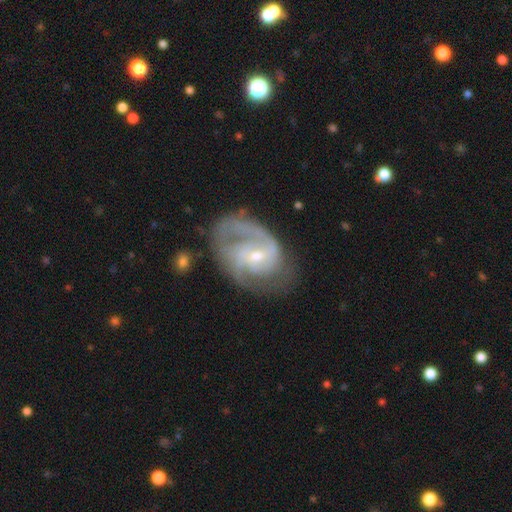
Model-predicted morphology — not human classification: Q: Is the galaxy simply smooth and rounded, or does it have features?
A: featured or disk — 84%.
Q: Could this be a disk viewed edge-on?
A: no — 97%.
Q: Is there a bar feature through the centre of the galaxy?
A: weak — 47%.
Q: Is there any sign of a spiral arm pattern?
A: yes — 93%.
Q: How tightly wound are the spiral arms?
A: medium — 46%.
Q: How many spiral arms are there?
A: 2 — 48%.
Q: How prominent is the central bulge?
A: small — 64%.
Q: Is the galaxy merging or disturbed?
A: none — 50%.